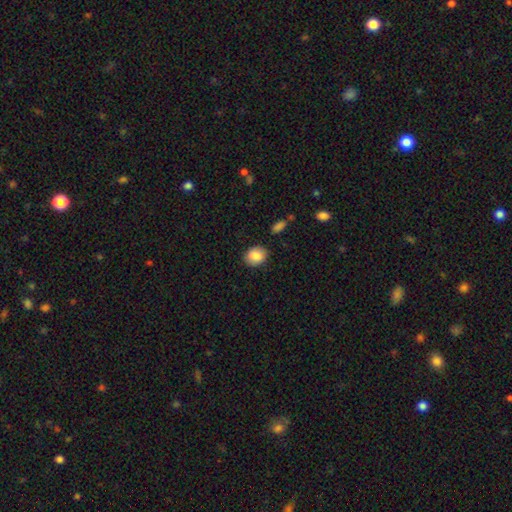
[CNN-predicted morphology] This appears to be a smooth galaxy with no disk features (86%) that is round (50%). Merging: none (86%).